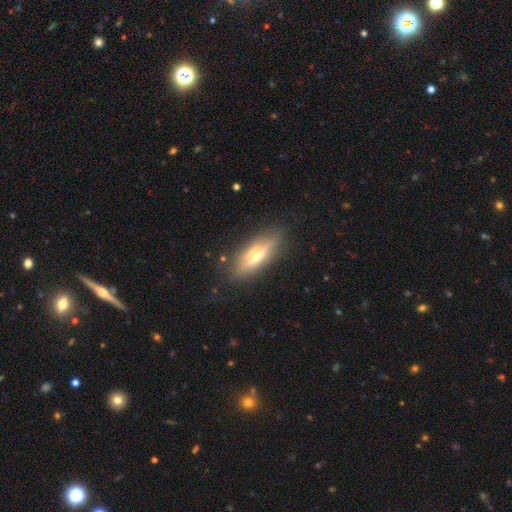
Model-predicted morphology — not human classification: type=featured or disk (61%); edge-on=yes (89%); edge-on bulge=rounded (90%); merging=none (84%).